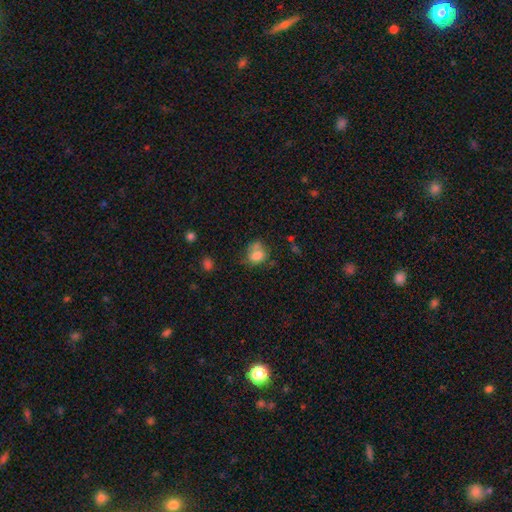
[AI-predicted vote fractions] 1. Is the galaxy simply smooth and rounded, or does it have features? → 76% smooth, 13% featured or disk, 11% star or artifact.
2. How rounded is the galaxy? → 51% round, 47% in between, 1% cigar-shaped.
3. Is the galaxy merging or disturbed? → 41% none, 23% minor disturbance, 23% merger, 12% major disturbance.